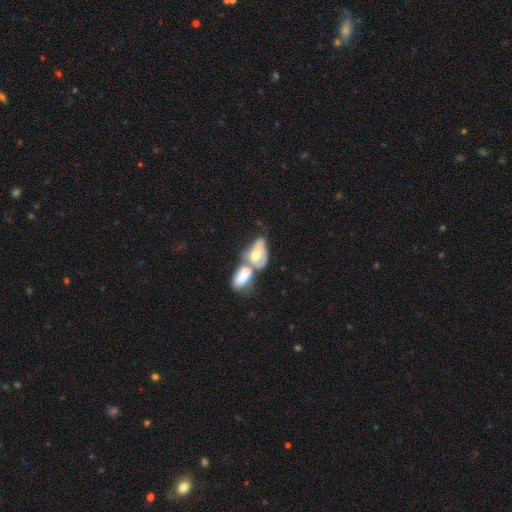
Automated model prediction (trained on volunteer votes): Smooth or featured: featured or disk — 47% (smooth — 46%)
Merging: merger — 65% (none — 15%)